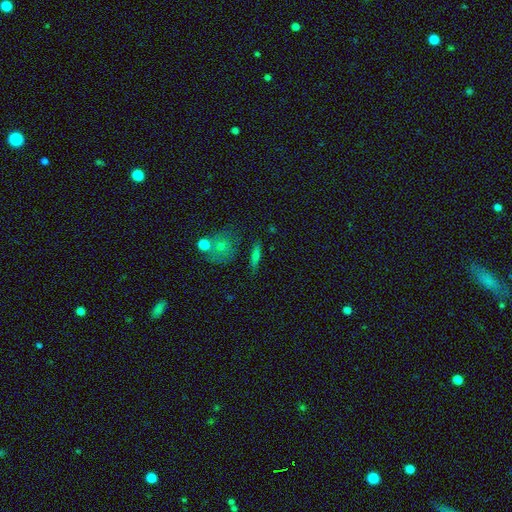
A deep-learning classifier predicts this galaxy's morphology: Smooth or featured?
  - smooth: 62% *
  - featured or disk: 27%
  - star or artifact: 11%
How rounded?
  - cigar-shaped: 68% *
  - in between: 24%
  - round: 8%
Merging?
  - none: 75% *
  - minor disturbance: 12%
  - merger: 8%
  - major disturbance: 4%